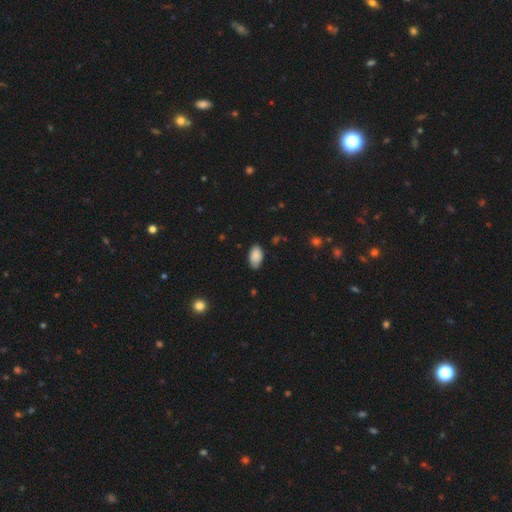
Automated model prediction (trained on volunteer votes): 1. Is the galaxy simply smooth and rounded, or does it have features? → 88% smooth, 7% star or artifact, 5% featured or disk.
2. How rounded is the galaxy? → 94% in between, 4% round, 2% cigar-shaped.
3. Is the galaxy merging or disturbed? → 76% none, 20% minor disturbance, 3% major disturbance, 1% merger.